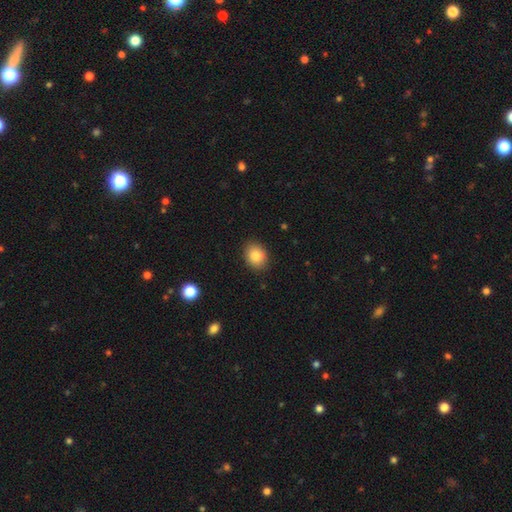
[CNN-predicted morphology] Q: Smooth or featured?
A: smooth (85%); runner-up: star or artifact (9%)
Q: How rounded?
A: round (50%); runner-up: in between (49%)
Q: Merging?
A: none (88%); runner-up: minor disturbance (9%)